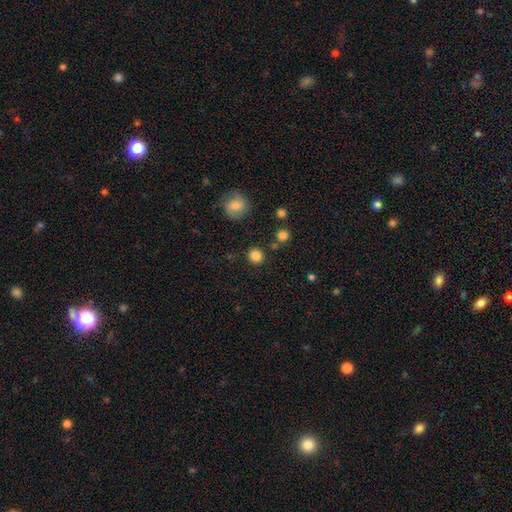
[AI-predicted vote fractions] smooth_or_featured: smooth (p=0.84) [alt: star or artifact p=0.11]
how_rounded: round (p=0.91) [alt: in between p=0.08]
merging: none (p=0.86) [alt: minor disturbance p=0.07]